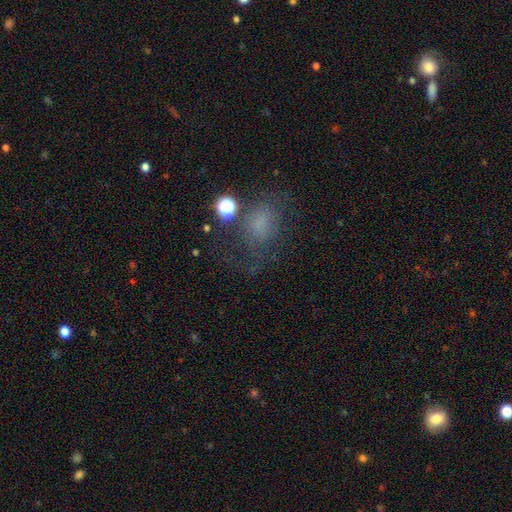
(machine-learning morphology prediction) smooth_or_featured: smooth (p=0.54) [alt: star or artifact p=0.25]
how_rounded: in between (p=0.54) [alt: round p=0.44]
merging: none (p=0.52) [alt: major disturbance p=0.22]